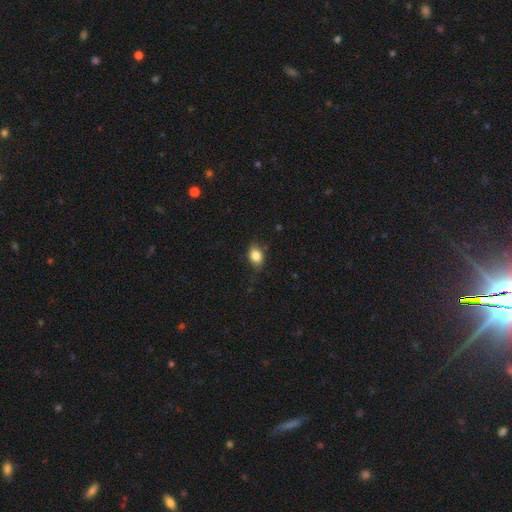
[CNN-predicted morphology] smooth-or-featured: smooth: 83% | featured or disk: 9% | star or artifact: 8%
  how-rounded: in between: 75% | round: 23% | cigar-shaped: 2%
  merging: none: 73% | minor disturbance: 21% | major disturbance: 4% | merger: 1%